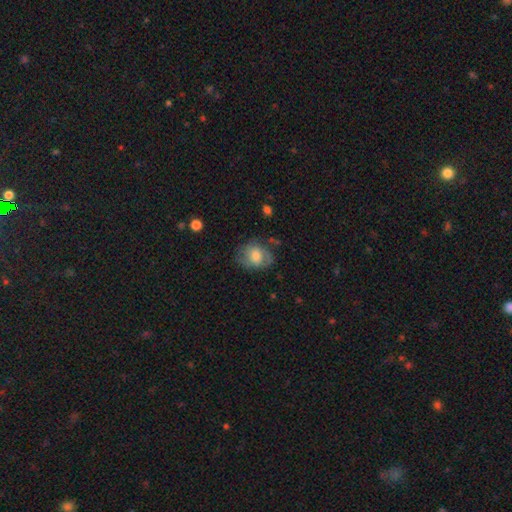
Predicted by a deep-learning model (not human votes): Smooth or featured?
  - smooth: 57% *
  - featured or disk: 35%
  - star or artifact: 8%
How rounded?
  - round: 52% *
  - in between: 47%
  - cigar-shaped: 1%
Merging?
  - none: 59% *
  - minor disturbance: 25%
  - major disturbance: 13%
  - merger: 2%